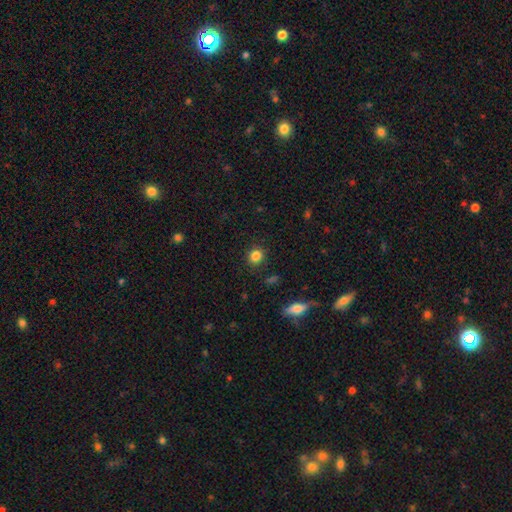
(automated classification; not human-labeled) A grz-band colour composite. It shows a smooth galaxy with no disk features (84%) that is round (81%). Merging: none (89%).